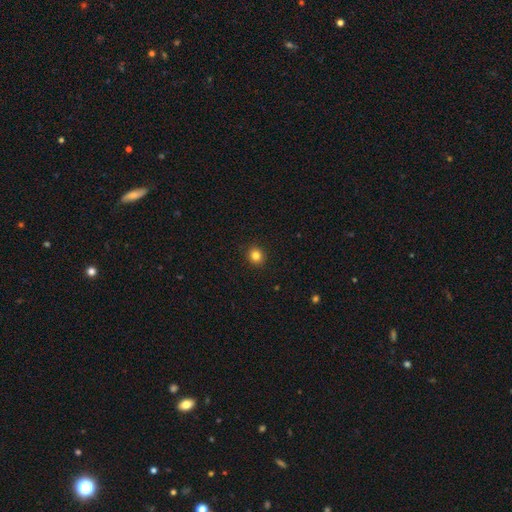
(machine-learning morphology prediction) This appears to be a smooth galaxy with no disk features (83%) that is round (83%). Merging: none (92%).